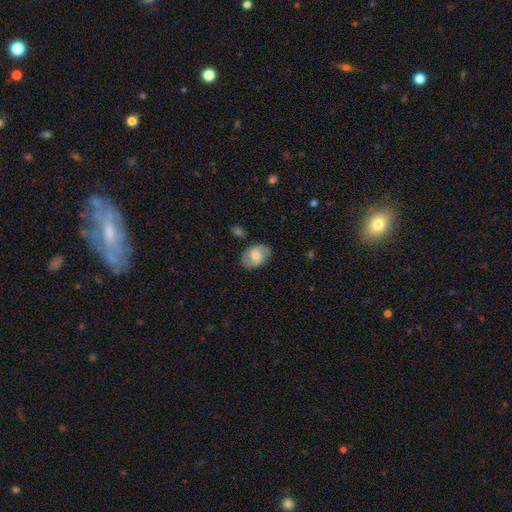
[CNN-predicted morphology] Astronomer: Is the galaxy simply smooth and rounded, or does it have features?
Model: featured or disk — 51% (runner-up: smooth, 42%).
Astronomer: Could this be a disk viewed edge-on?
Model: no — 96%.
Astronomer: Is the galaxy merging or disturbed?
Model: none — 76%.